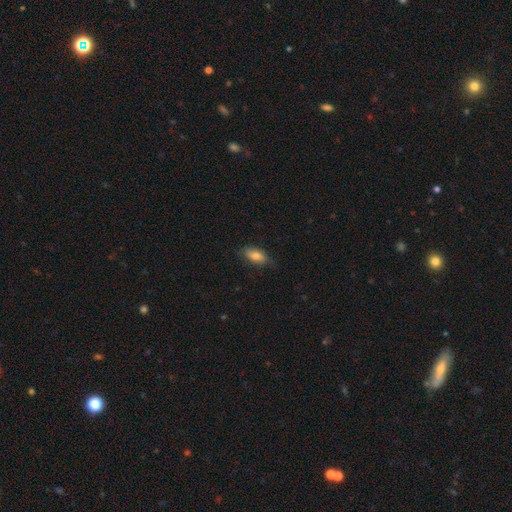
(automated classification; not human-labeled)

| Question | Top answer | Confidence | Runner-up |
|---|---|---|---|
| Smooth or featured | smooth | 79% | featured or disk (14%) |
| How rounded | in between | 85% | cigar-shaped (11%) |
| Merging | none | 75% | minor disturbance (21%) |